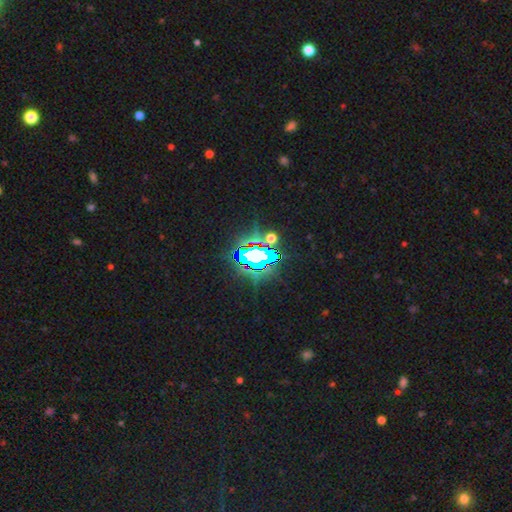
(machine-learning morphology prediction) A star or artifact, not a galaxy (73%).